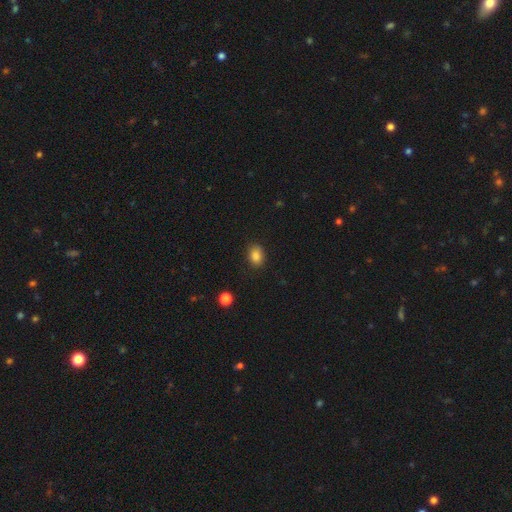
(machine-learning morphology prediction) A smooth galaxy with no disk features (86%) that is in between round and cigar-shaped (68%).

Vote fractions:
- Smooth or featured? smooth: 86% / star or artifact: 10% / featured or disk: 4%
- How rounded? in between: 68% / round: 31% / cigar-shaped: 1%
- Merging? none: 87% / minor disturbance: 9% / major disturbance: 2% / merger: 1%